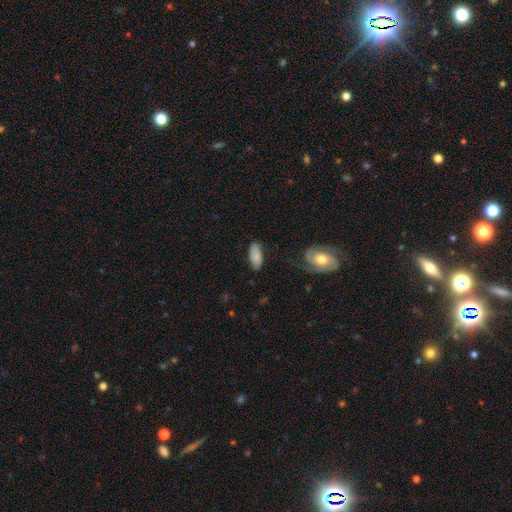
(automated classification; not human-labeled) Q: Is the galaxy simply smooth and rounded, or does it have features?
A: smooth — 77%.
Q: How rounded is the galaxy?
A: in between — 89%.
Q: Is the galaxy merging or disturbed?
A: none — 73%.